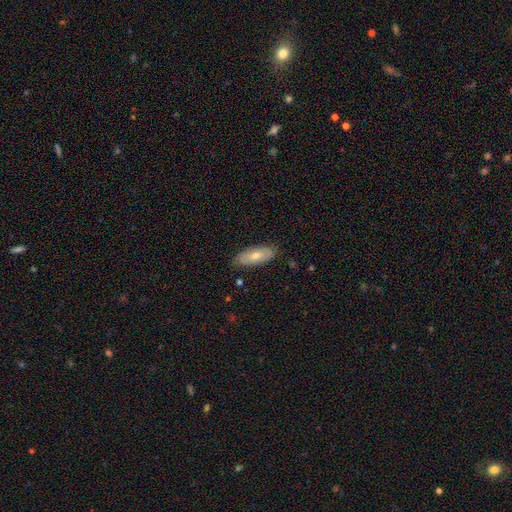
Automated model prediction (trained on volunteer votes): Smooth or featured?
  - smooth: 58% *
  - featured or disk: 35%
  - star or artifact: 7%
How rounded?
  - in between: 72% *
  - cigar-shaped: 25%
  - round: 2%
Merging?
  - none: 86% *
  - minor disturbance: 11%
  - major disturbance: 2%
  - merger: 1%